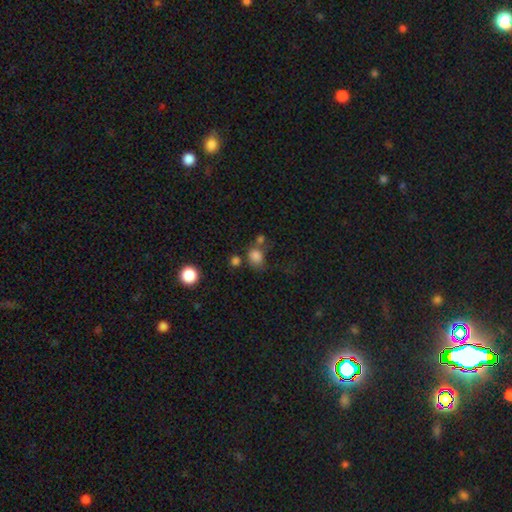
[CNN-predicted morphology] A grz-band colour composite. It shows a smooth galaxy with no disk features (80%) that is round (56%). Merging: none (50%).